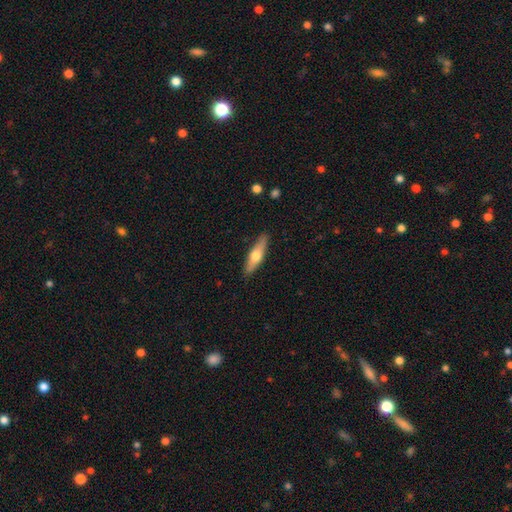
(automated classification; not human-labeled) A smooth galaxy with no disk features (51%) that is cigar-shaped (69%).

Vote fractions:
- Smooth or featured? smooth: 51% / featured or disk: 43% / star or artifact: 5%
- How rounded? cigar-shaped: 69% / in between: 29% / round: 2%
- Merging? none: 89% / minor disturbance: 8% / major disturbance: 2% / merger: 1%